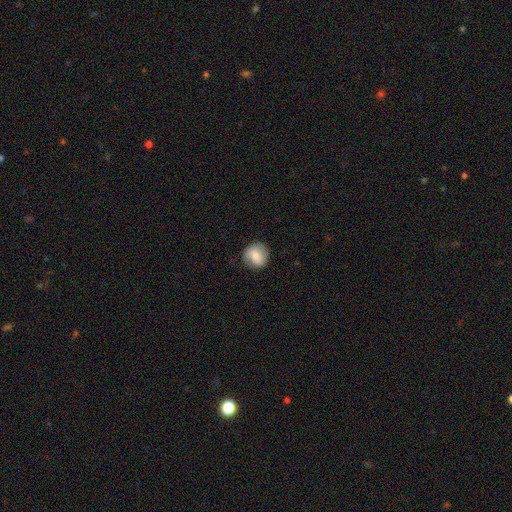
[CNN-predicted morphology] smooth-or-featured: smooth: 69% | featured or disk: 23% | star or artifact: 7%
  how-rounded: round: 84% | in between: 15% | cigar-shaped: 1%
  merging: none: 76% | minor disturbance: 18% | major disturbance: 5% | merger: 1%